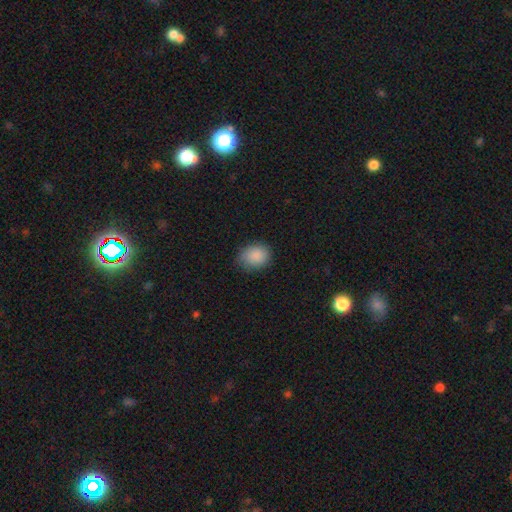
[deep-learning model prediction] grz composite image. It shows a smooth galaxy with no disk features (88%) that is round (52%). Merging: none (76%).